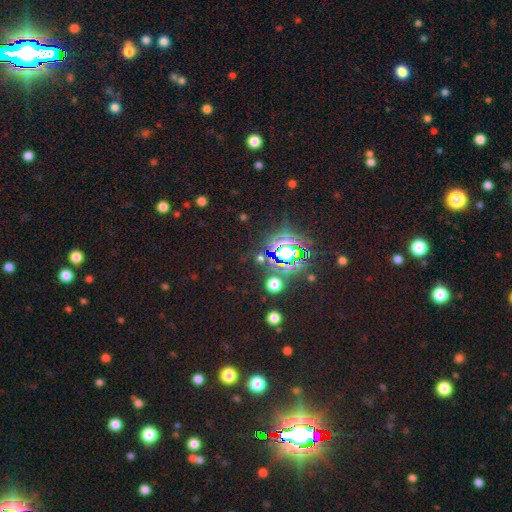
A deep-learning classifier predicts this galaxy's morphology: smooth_or_featured: star or artifact (p=0.79) [alt: smooth p=0.14]